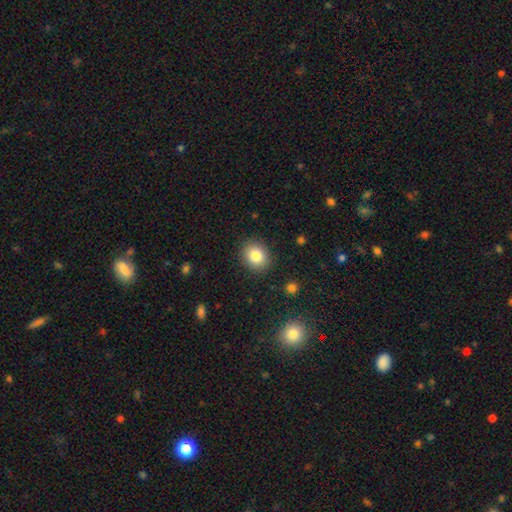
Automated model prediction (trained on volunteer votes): smooth-or-featured: smooth: 83% | star or artifact: 10% | featured or disk: 7%
  how-rounded: round: 63% | in between: 36% | cigar-shaped: 1%
  merging: none: 88% | minor disturbance: 8% | major disturbance: 3% | merger: 1%